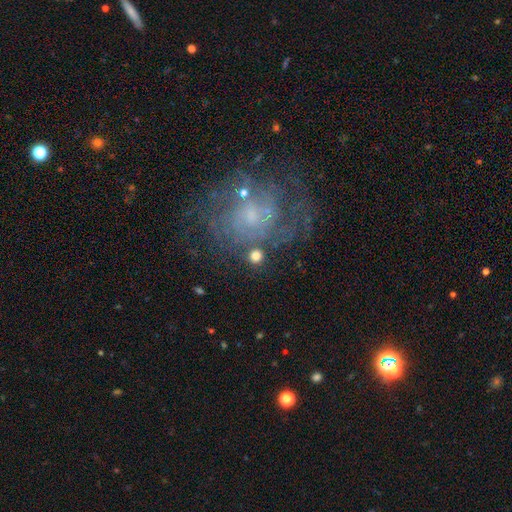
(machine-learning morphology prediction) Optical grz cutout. It shows a smooth galaxy with no disk features (68%) that is round (88%). Merging: none (77%).